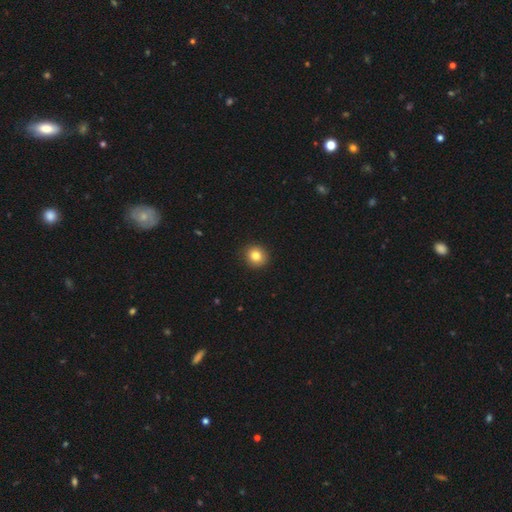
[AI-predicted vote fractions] This appears to be a smooth galaxy with no disk features (82%) that is round (90%). Merging: none (93%).